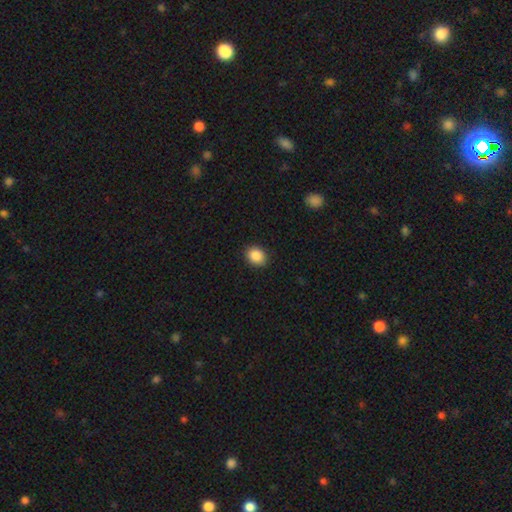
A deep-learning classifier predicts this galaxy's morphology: Overall: smooth (88%). How rounded: round (54%; in between 46%). Merging: none (90%).